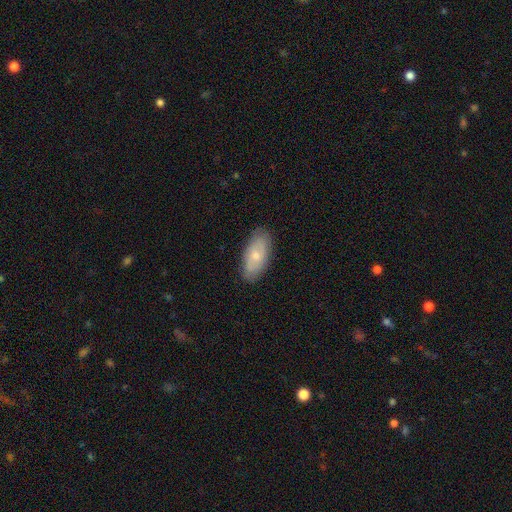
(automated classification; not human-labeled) A smooth galaxy with no disk features (61%) that is in between round and cigar-shaped (88%). Merging: none (83%).